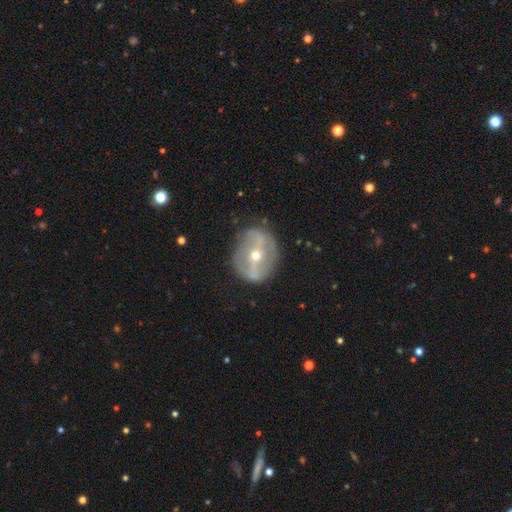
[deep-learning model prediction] A featured or disk galaxy (78%) with a strong bar (59%), spiral arms (58%) and a moderate central bulge (49%).

Vote fractions:
- Smooth or featured? featured or disk: 78% / smooth: 15% / star or artifact: 7%
- Edge-on disk? no: 91% / yes: 9%
- Bar? strong: 59% / weak: 25% / no: 16%
- Spiral arms? yes: 58% / no: 42%
- Bulge size? moderate: 49% / small: 48% / large: 1% / dominant: 1% / none: 1%
- Merging? none: 77% / minor disturbance: 15% / major disturbance: 6% / merger: 2%